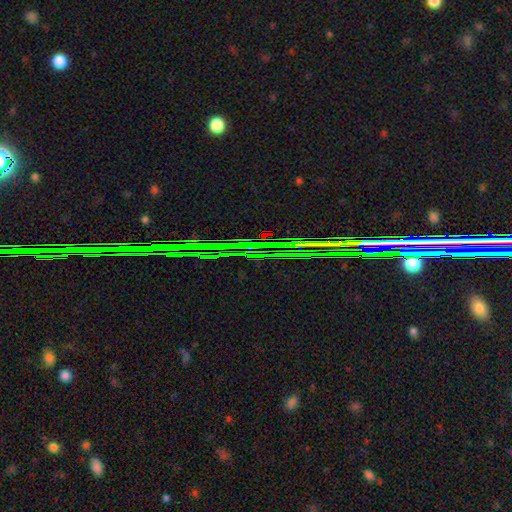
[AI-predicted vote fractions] A star or artifact, not a galaxy (82%).